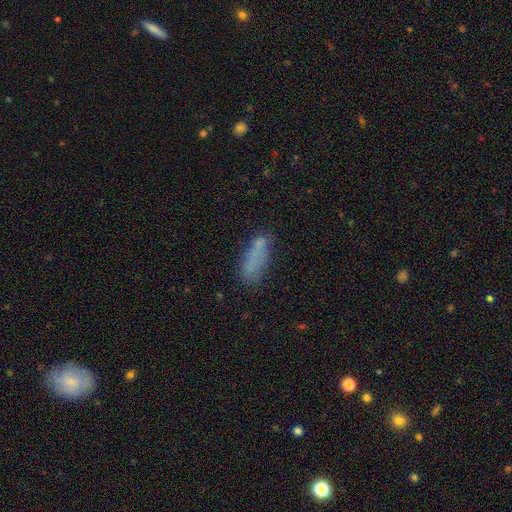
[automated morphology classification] type=smooth (73%); roundness=in between (52%); merging=none (60%).